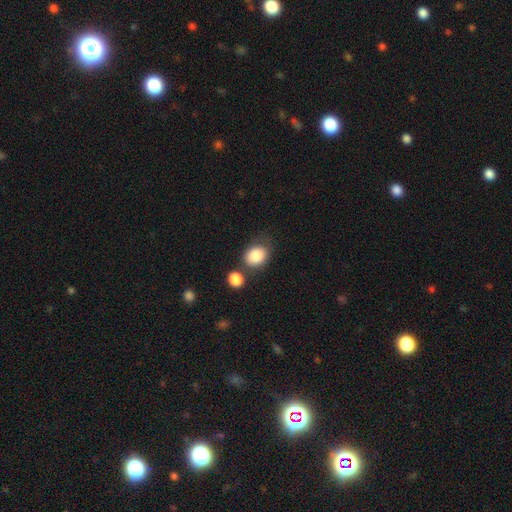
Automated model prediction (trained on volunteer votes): smooth-or-featured: smooth: 85% | star or artifact: 8% | featured or disk: 7%
  how-rounded: in between: 54% | round: 45% | cigar-shaped: 1%
  merging: none: 61% | minor disturbance: 18% | merger: 16% | major disturbance: 6%